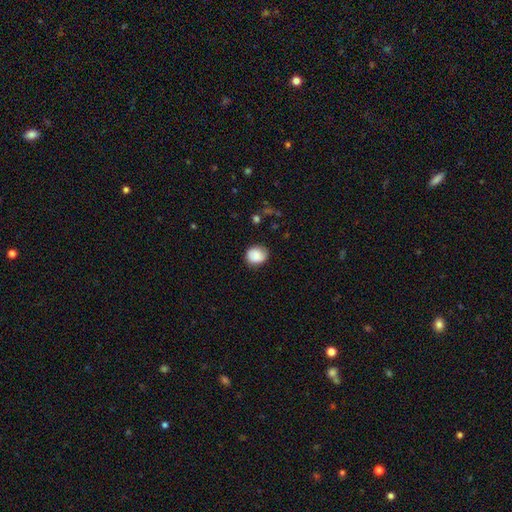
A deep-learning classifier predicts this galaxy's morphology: A smooth galaxy with no disk features (84%) that is round (73%).

Vote fractions:
- Smooth or featured? smooth: 84% / star or artifact: 8% / featured or disk: 8%
- How rounded? round: 73% / in between: 26% / cigar-shaped: 1%
- Merging? none: 79% / minor disturbance: 16% / major disturbance: 4% / merger: 1%